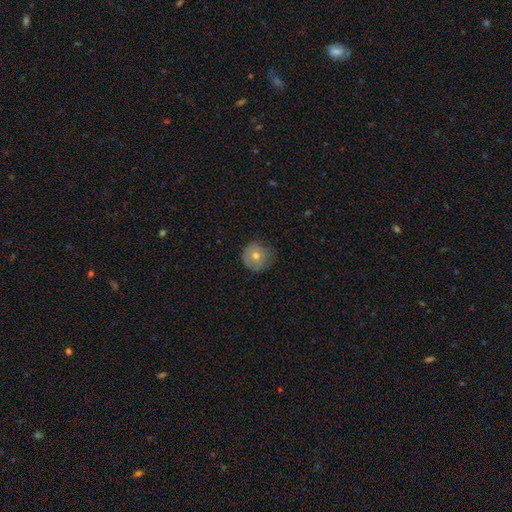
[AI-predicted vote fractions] A smooth galaxy with no disk features (69%) that is round (95%).

Vote fractions:
- Smooth or featured? smooth: 69% / featured or disk: 20% / star or artifact: 11%
- How rounded? round: 95% / in between: 4% / cigar-shaped: 1%
- Merging? none: 81% / minor disturbance: 15% / major disturbance: 3% / merger: 1%